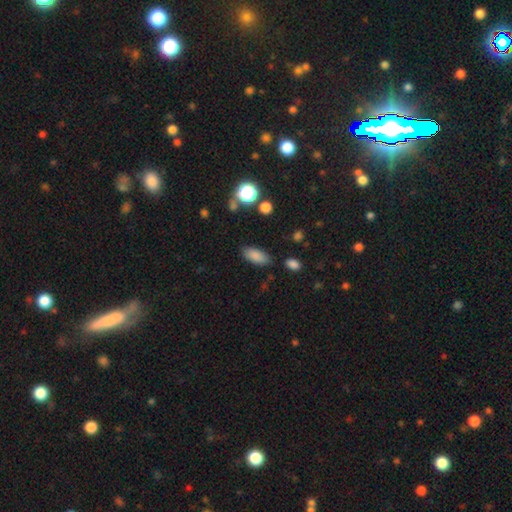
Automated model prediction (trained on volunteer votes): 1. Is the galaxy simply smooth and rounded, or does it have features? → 85% smooth, 9% star or artifact, 6% featured or disk.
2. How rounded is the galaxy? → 87% in between, 10% cigar-shaped, 3% round.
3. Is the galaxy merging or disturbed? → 81% none, 12% minor disturbance, 3% major disturbance, 3% merger.